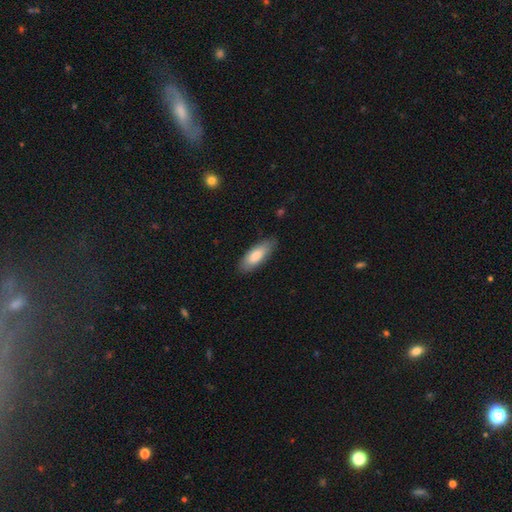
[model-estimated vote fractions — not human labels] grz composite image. It shows a smooth galaxy with no disk features (81%) that is in between round and cigar-shaped (74%). Merging: none (82%).